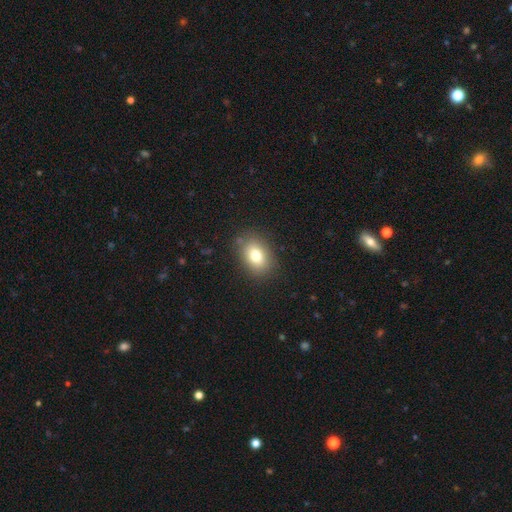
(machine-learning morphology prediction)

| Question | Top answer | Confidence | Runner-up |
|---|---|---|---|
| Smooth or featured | smooth | 78% | featured or disk (11%) |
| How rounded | in between | 73% | round (26%) |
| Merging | none | 84% | minor disturbance (11%) |